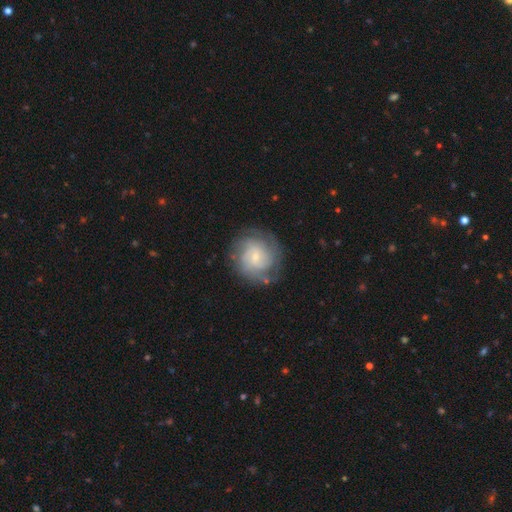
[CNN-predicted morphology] Smooth or featured? Predicted: featured or disk (p=0.71). Edge-on disk? Predicted: no (p=0.98). Bar? Predicted: no (p=0.65). Spiral arms? Predicted: yes (p=0.90). Spiral winding? Predicted: tight (p=0.59). Spiral arm count? Predicted: can't tell (p=0.37). Bulge size? Predicted: small (p=0.76). Merging? Predicted: none (p=0.77).